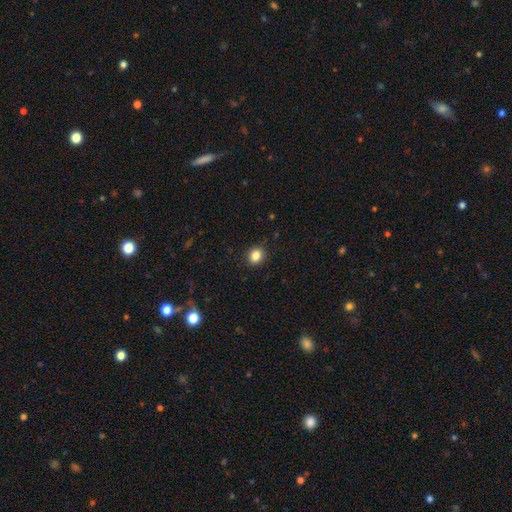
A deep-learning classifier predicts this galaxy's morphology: smooth-or-featured: smooth: 85% | star or artifact: 11% | featured or disk: 4%
  how-rounded: round: 71% | in between: 29% | cigar-shaped: 1%
  merging: none: 90% | minor disturbance: 7% | major disturbance: 2% | merger: 1%